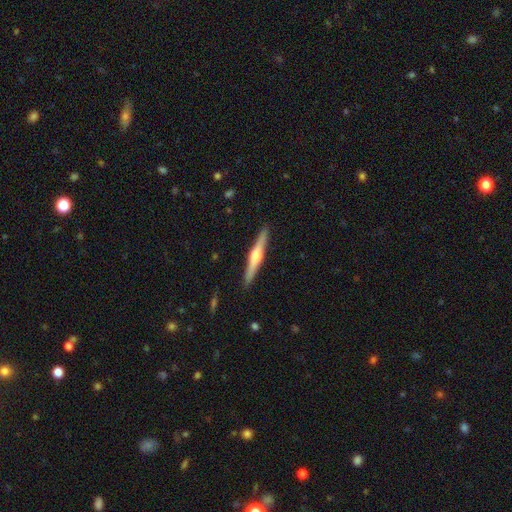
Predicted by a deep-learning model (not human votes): This is likely a featured or disk galaxy (69%). It is clearly viewed edge-on (98%). Edge-on bulge: clearly rounded (91%). Merging: clearly none (91%).